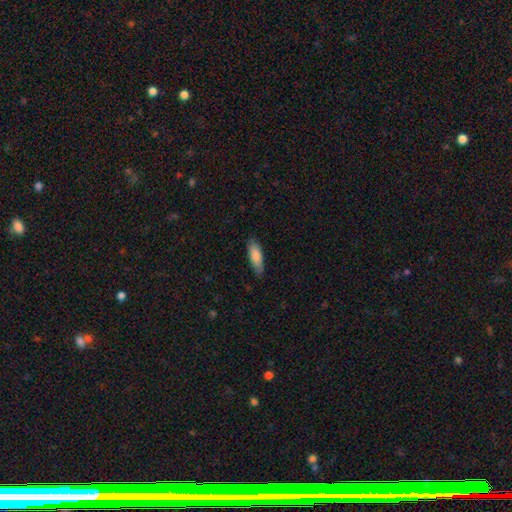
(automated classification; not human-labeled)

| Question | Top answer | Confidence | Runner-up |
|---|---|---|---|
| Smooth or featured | smooth | 85% | featured or disk (9%) |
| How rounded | in between | 63% | cigar-shaped (36%) |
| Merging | none | 79% | minor disturbance (17%) |